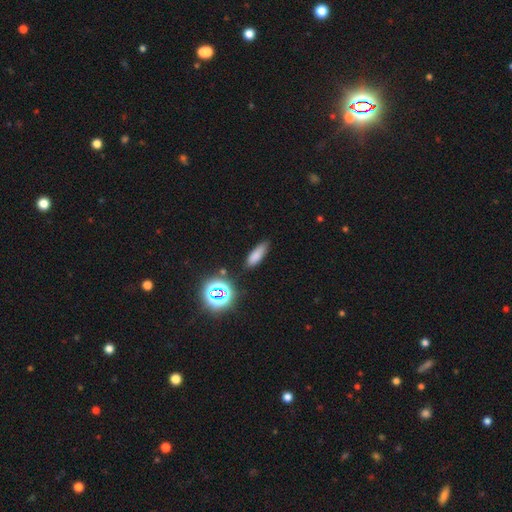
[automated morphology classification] smooth_or_featured: smooth (p=0.74) [alt: star or artifact p=0.17]
how_rounded: in between (p=0.54) [alt: cigar-shaped p=0.41]
merging: none (p=0.79) [alt: minor disturbance p=0.14]